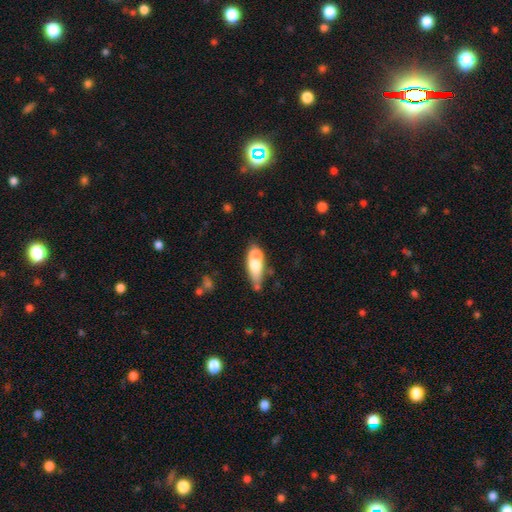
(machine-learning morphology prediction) smooth 61%, featured or disk 32%, star or artifact 7%. Down the decision tree: how rounded — in between (56%); merging — merger (42%).